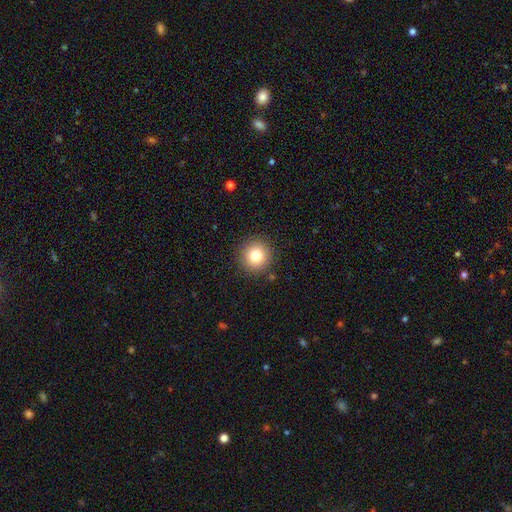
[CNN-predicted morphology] Smooth or featured: smooth — 81% (star or artifact — 11%)
How rounded: round — 94% (in between — 5%)
Merging: none — 90% (minor disturbance — 6%)